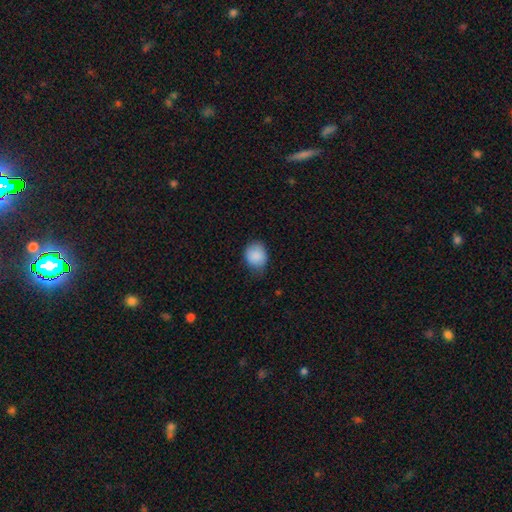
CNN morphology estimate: Q: Smooth or featured?
A: smooth (88%); runner-up: star or artifact (7%)
Q: How rounded?
A: round (64%); runner-up: in between (35%)
Q: Merging?
A: none (64%); runner-up: minor disturbance (29%)